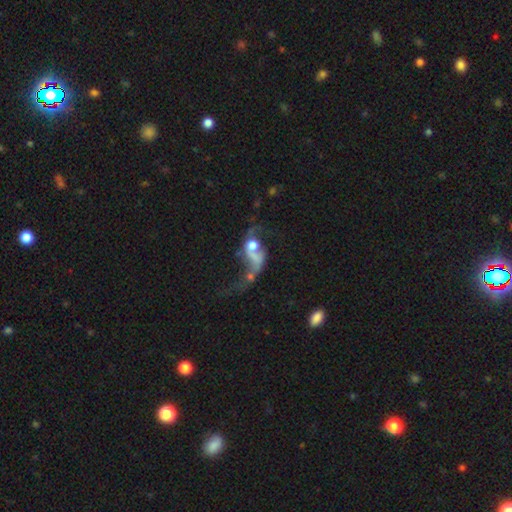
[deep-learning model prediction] Smooth or featured: featured or disk — 66% (smooth — 22%)
Edge-on disk: no — 95% (yes — 5%)
Bar: no — 67% (weak — 23%)
Spiral arms: yes — 67% (no — 33%)
Bulge size: moderate — 40% (small — 20%)
Merging: major disturbance — 41% (merger — 30%)